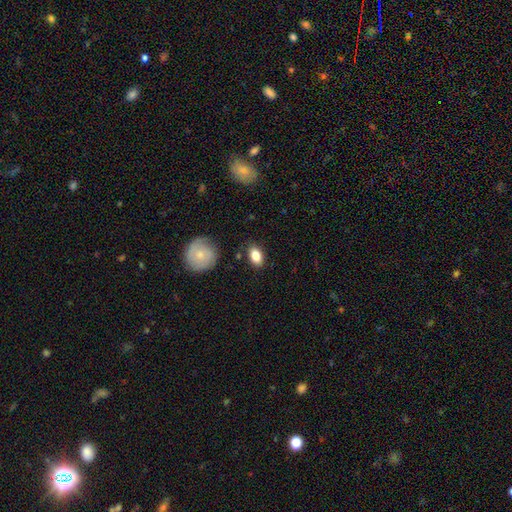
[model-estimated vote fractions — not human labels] smooth-or-featured: smooth: 83% | featured or disk: 10% | star or artifact: 7%
  how-rounded: in between: 85% | round: 12% | cigar-shaped: 3%
  merging: none: 84% | minor disturbance: 11% | major disturbance: 3% | merger: 2%